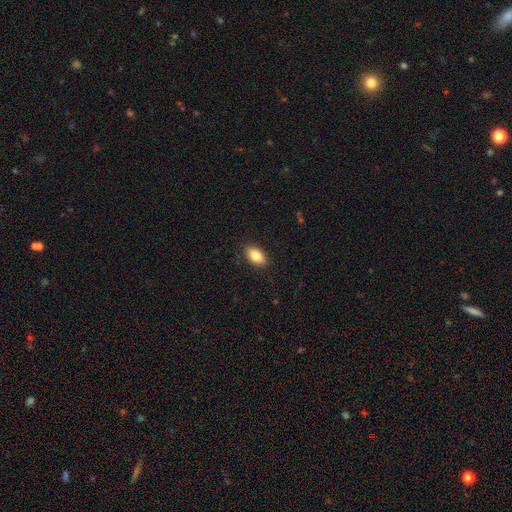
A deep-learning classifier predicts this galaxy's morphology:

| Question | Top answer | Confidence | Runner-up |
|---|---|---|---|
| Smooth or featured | smooth | 84% | featured or disk (9%) |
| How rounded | in between | 91% | round (5%) |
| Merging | none | 87% | minor disturbance (10%) |